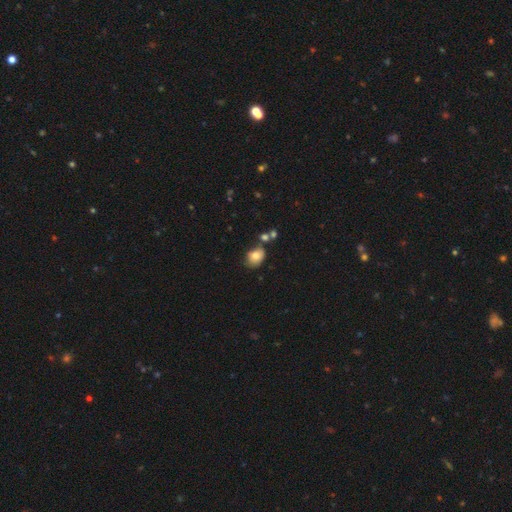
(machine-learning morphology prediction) Smooth or featured?
  - smooth: 79% *
  - featured or disk: 11%
  - star or artifact: 9%
How rounded?
  - in between: 62% *
  - round: 37%
  - cigar-shaped: 1%
Merging?
  - none: 59% *
  - minor disturbance: 20%
  - merger: 15%
  - major disturbance: 6%